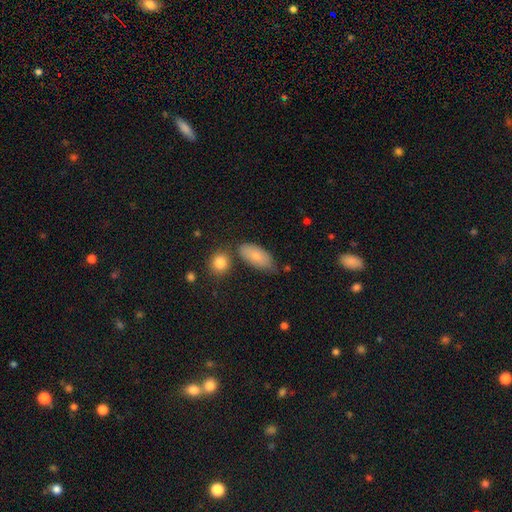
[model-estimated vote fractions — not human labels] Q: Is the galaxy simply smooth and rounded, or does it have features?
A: smooth — 79%.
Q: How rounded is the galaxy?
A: in between — 89%.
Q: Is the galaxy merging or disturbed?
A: none — 64%.